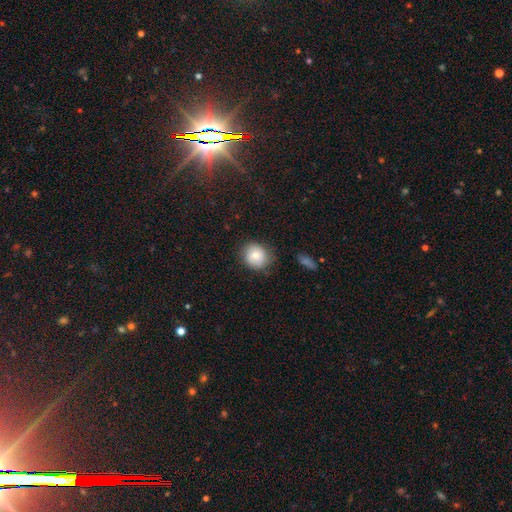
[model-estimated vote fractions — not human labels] Smooth or featured?
  - smooth: 75% *
  - featured or disk: 16%
  - star or artifact: 9%
How rounded?
  - round: 83% *
  - in between: 16%
  - cigar-shaped: 1%
Merging?
  - none: 79% *
  - minor disturbance: 16%
  - major disturbance: 4%
  - merger: 2%